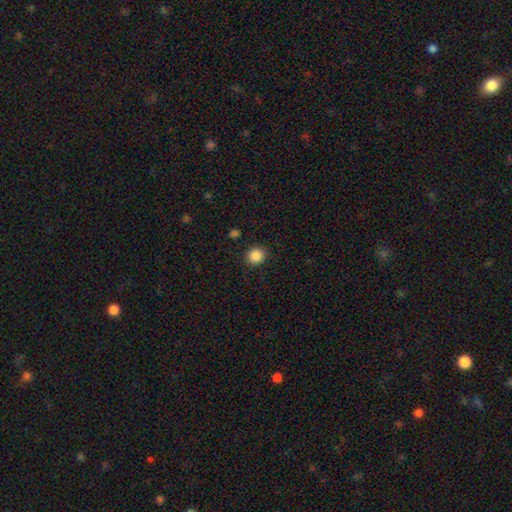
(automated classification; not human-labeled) The model was most divided on "how rounded": round: 85%, in between: 14%, cigar-shaped: 1%. More confident: merging — none (90%); smooth or featured — smooth (87%).